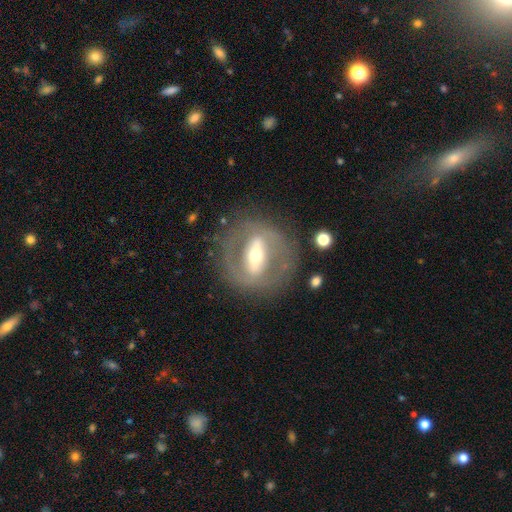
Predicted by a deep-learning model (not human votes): featured or disk 72%, smooth 21%, star or artifact 7%. Down the decision tree: edge-on disk — no (85%); bar — strong (64%); spiral arms — no (74%); bulge size — moderate (50%); merging — none (74%).